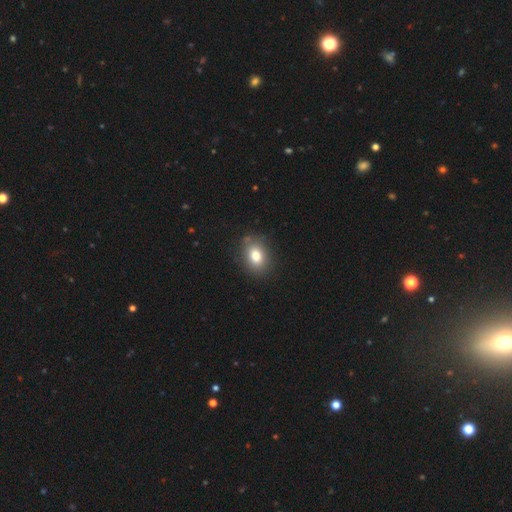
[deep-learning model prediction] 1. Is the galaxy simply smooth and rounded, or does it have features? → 81% smooth, 10% star or artifact, 9% featured or disk.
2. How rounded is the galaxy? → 71% in between, 28% round, 1% cigar-shaped.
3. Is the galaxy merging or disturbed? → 83% none, 12% minor disturbance, 3% major disturbance, 2% merger.